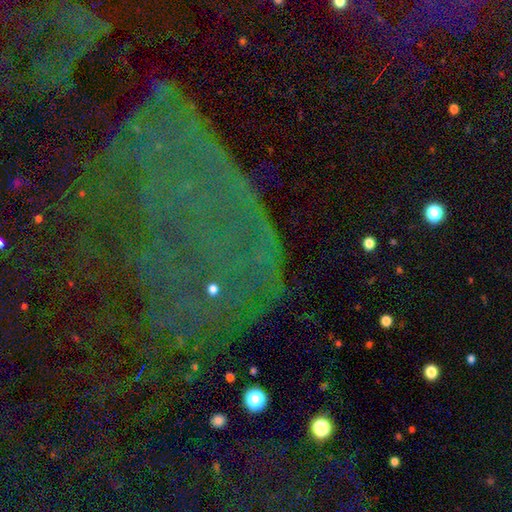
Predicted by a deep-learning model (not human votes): Smooth or featured?
  - star or artifact: 71% *
  - featured or disk: 17%
  - smooth: 13%